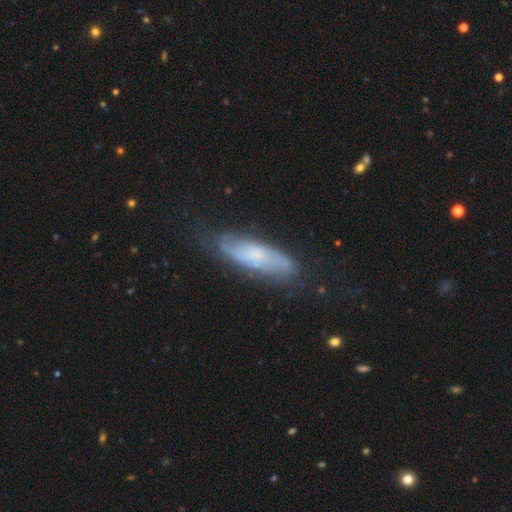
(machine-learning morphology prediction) smooth_or_featured: featured or disk (p=0.53) [alt: smooth p=0.39]
disk_edge_on: no (p=0.72) [alt: yes p=0.28]
merging: none (p=0.69) [alt: minor disturbance p=0.21]